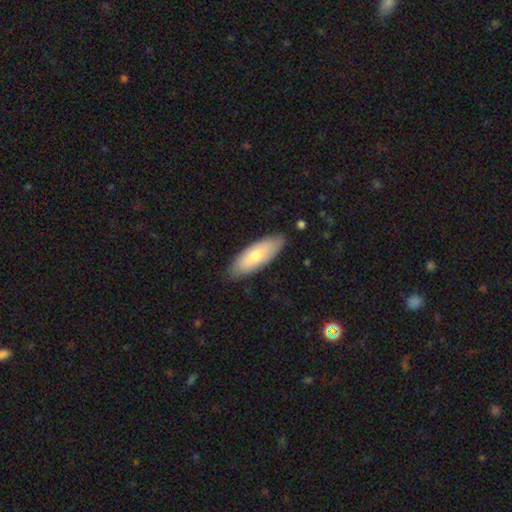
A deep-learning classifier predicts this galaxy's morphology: type=smooth (72%); roundness=in between (69%); merging=none (83%).